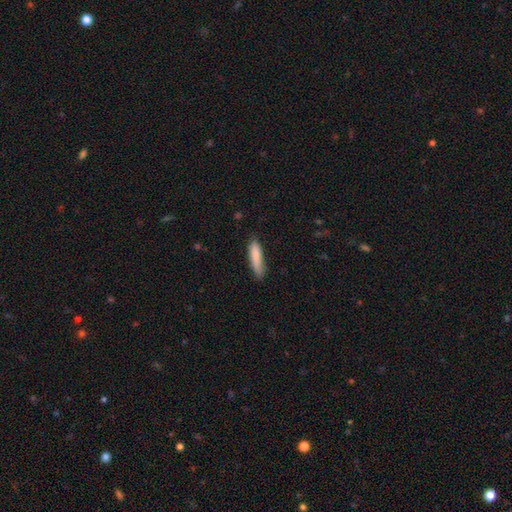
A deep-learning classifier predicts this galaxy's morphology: This appears to be a smooth galaxy with no disk features (85%) that is cigar-shaped (78%). Merging: none (77%).